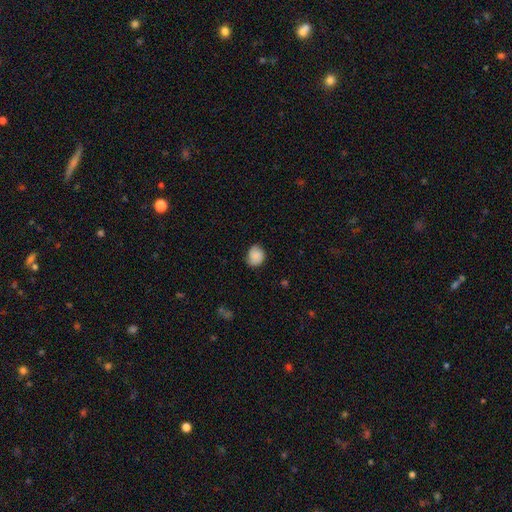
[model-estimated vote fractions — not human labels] The model was most divided on "how rounded": round: 64%, in between: 35%, cigar-shaped: 1%. More confident: smooth or featured — smooth (79%); merging — none (69%).